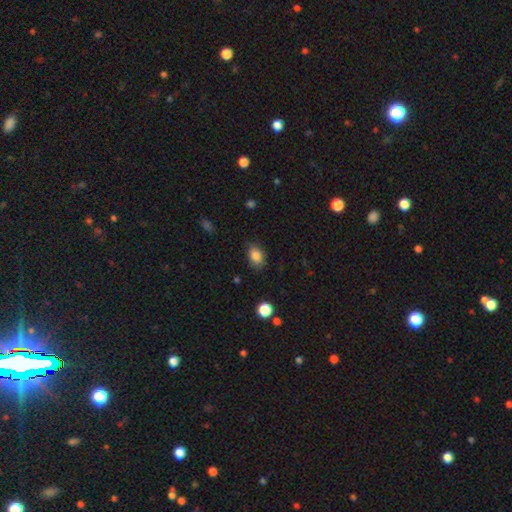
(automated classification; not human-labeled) smooth_or_featured: smooth (p=0.85) [alt: star or artifact p=0.09]
how_rounded: in between (p=0.78) [alt: round p=0.21]
merging: none (p=0.77) [alt: minor disturbance p=0.18]